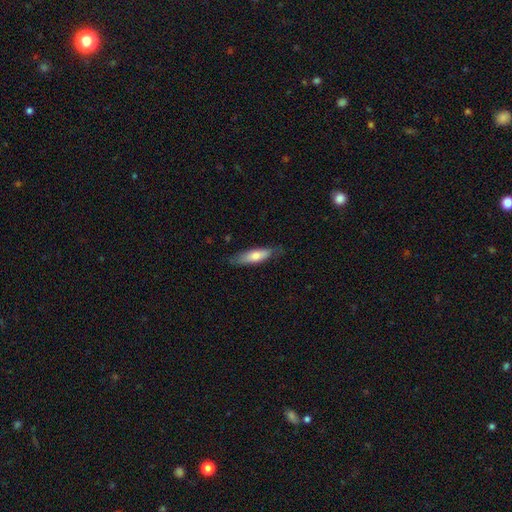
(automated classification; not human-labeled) Q: Smooth or featured?
A: smooth (69%); runner-up: featured or disk (26%)
Q: How rounded?
A: cigar-shaped (57%); runner-up: in between (42%)
Q: Merging?
A: none (76%); runner-up: minor disturbance (19%)